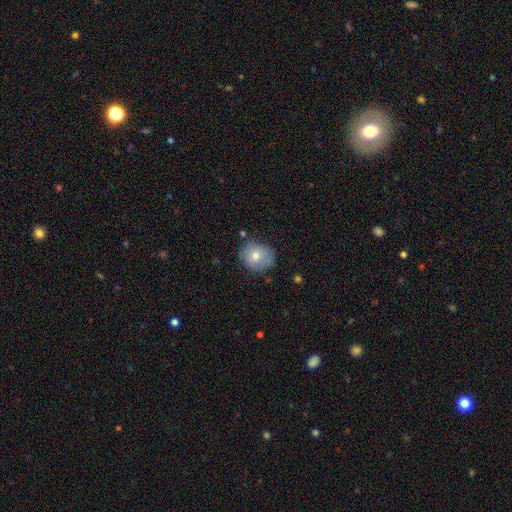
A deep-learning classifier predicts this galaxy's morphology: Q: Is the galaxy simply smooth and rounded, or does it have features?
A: smooth — 74%.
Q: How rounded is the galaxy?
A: round — 73%.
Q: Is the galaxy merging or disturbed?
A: none — 71%.